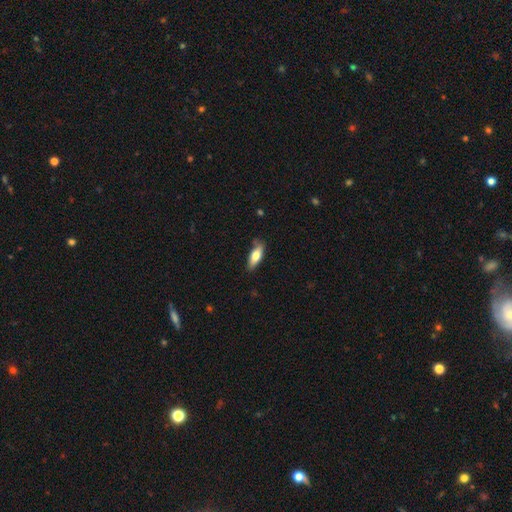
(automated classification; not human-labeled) Morphology: type=smooth (72%); roundness=in between (66%); merging=none (74%).